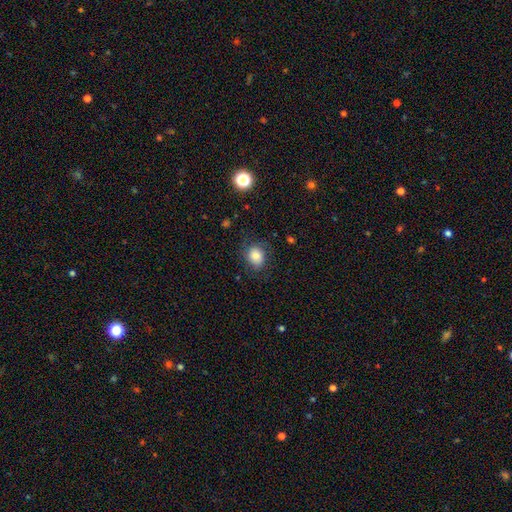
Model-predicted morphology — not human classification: This appears to be a smooth galaxy with no disk features (78%) that is round (57%). Merging: none (71%).